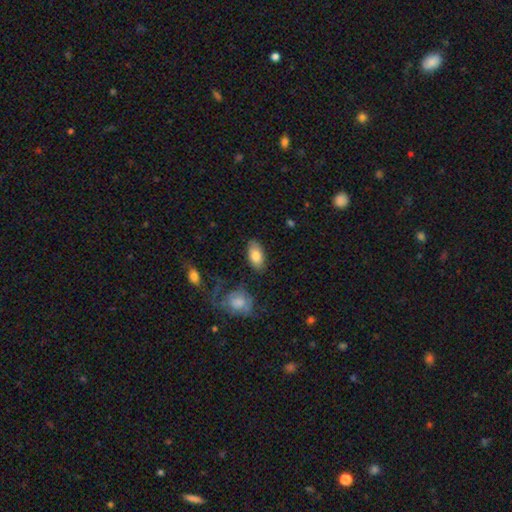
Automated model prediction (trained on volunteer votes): smooth_or_featured: smooth (p=0.81) [alt: featured or disk p=0.12]
how_rounded: in between (p=0.93) [alt: round p=0.04]
merging: none (p=0.83) [alt: minor disturbance p=0.12]